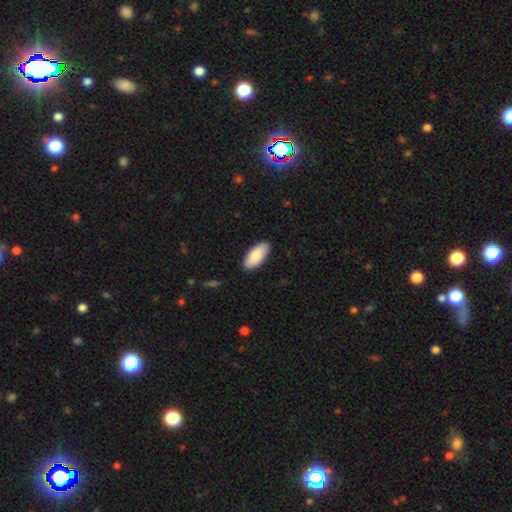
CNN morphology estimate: type=smooth (86%); roundness=in between (92%); merging=none (88%).